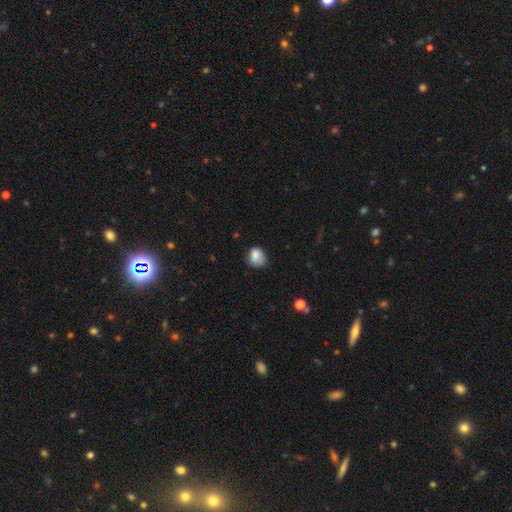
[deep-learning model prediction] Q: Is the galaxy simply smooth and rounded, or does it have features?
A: smooth — 81%.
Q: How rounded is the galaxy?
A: round — 66%.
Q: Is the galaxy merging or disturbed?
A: none — 56%.